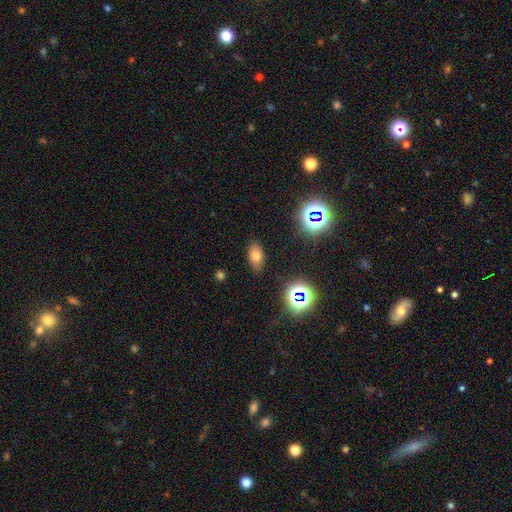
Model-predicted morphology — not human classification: The model was most divided on "smooth or featured": smooth: 70%, star or artifact: 18%, featured or disk: 11%. More confident: how rounded — in between (88%); merging — none (82%).